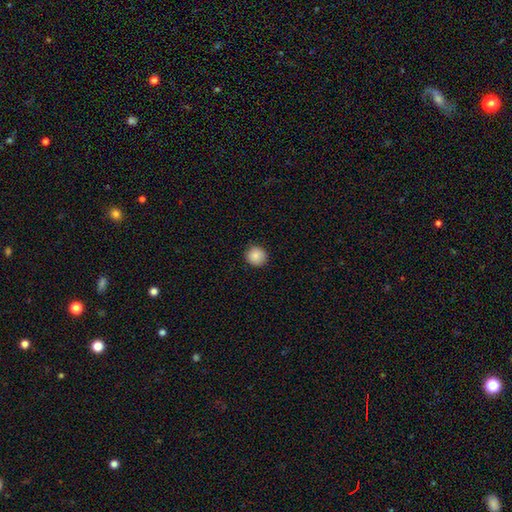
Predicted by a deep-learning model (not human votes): smooth-or-featured: smooth: 88% | star or artifact: 9% | featured or disk: 4%
  how-rounded: round: 93% | in between: 6% | cigar-shaped: 1%
  merging: none: 91% | minor disturbance: 6% | major disturbance: 2% | merger: 1%